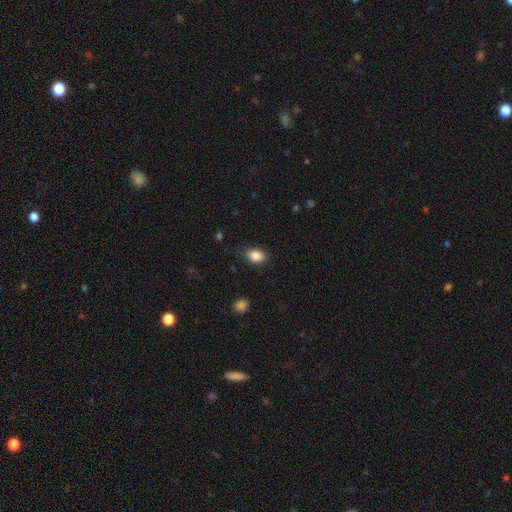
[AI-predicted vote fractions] Overall: smooth (87%). How rounded: in between (75%). Merging: none (82%).